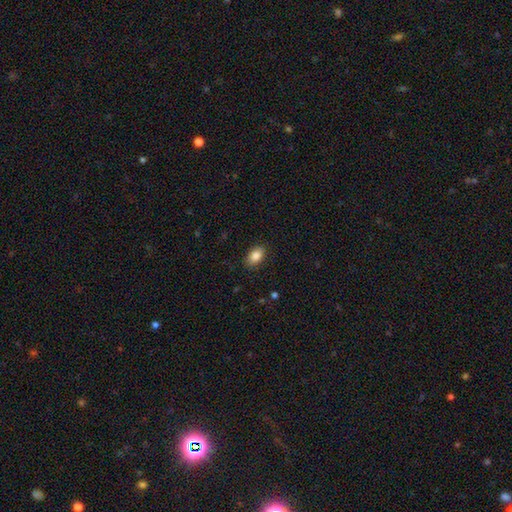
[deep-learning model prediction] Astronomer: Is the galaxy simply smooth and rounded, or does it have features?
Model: smooth — 87%.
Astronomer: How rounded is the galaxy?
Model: in between — 90%.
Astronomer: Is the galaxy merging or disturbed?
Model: none — 87%.